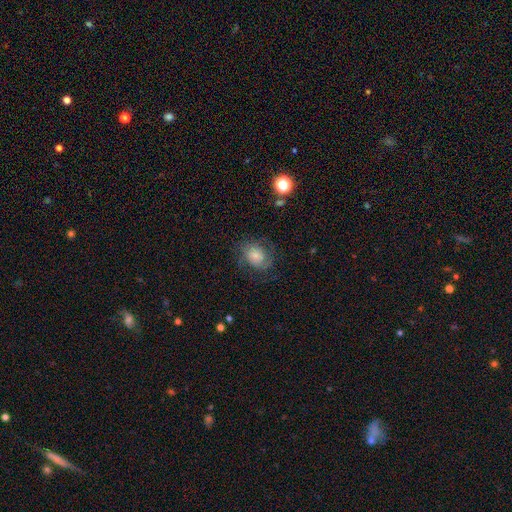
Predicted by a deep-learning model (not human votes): Overall: smooth (51%; featured or disk 40%). How rounded: round (52%; in between 47%). Merging: none (64%).